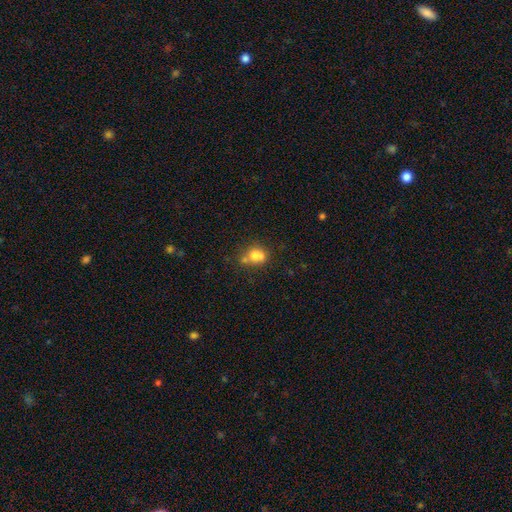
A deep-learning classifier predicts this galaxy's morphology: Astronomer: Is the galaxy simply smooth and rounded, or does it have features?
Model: smooth — 73%.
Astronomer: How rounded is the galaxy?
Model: round — 53% (runner-up: in between, 46%).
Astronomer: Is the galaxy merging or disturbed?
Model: none — 43% (runner-up: merger, 31%).